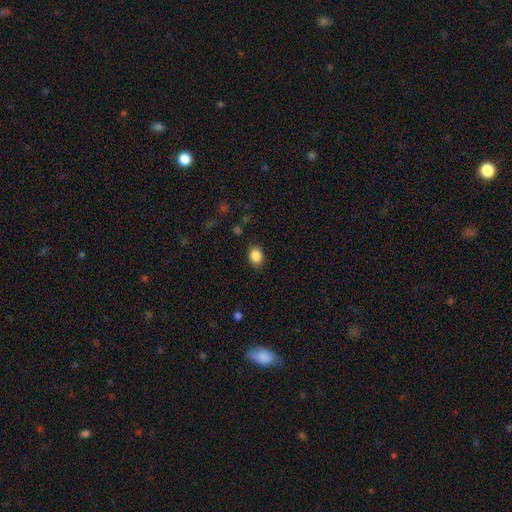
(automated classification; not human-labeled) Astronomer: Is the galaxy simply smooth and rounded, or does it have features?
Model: smooth — 87%.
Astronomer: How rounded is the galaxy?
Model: round — 52% (runner-up: in between, 47%).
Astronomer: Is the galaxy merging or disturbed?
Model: none — 87%.